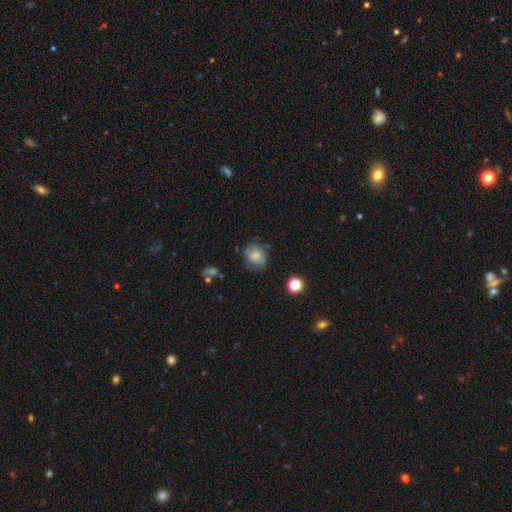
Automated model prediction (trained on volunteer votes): This is likely a smooth galaxy (64%). How rounded: likely round (67%). Merging: likely none (63%).